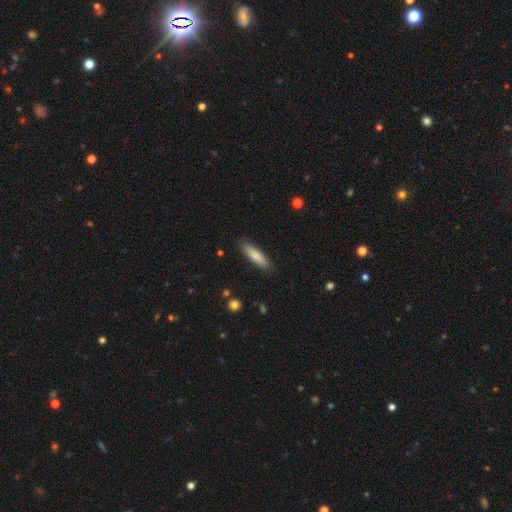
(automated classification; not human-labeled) The model was most divided on "how rounded": cigar-shaped: 71%, in between: 28%, round: 2%. More confident: merging — none (88%); smooth or featured — smooth (75%).